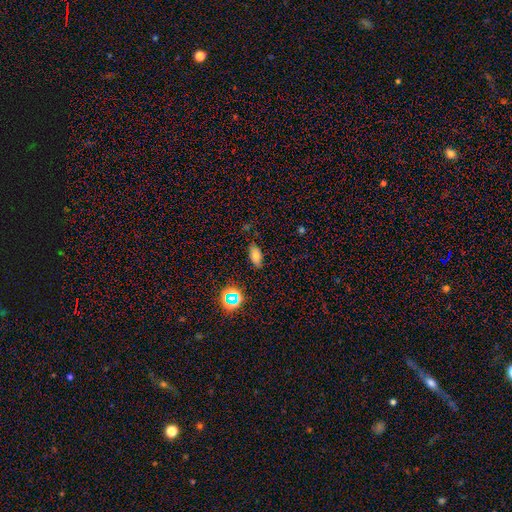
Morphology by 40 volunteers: Volunteers were most divided on "merging": none: 74%, minor disturbance: 26%, major disturbance: 0%, merger: 0%. More confident: how rounded — in between (84%); smooth or featured — smooth (78%).